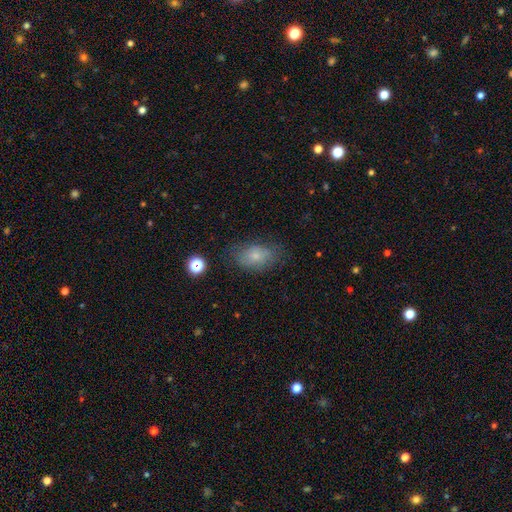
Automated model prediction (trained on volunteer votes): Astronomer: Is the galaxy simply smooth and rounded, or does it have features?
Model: smooth — 71%.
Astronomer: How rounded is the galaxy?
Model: in between — 86%.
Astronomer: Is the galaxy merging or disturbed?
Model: none — 67%.